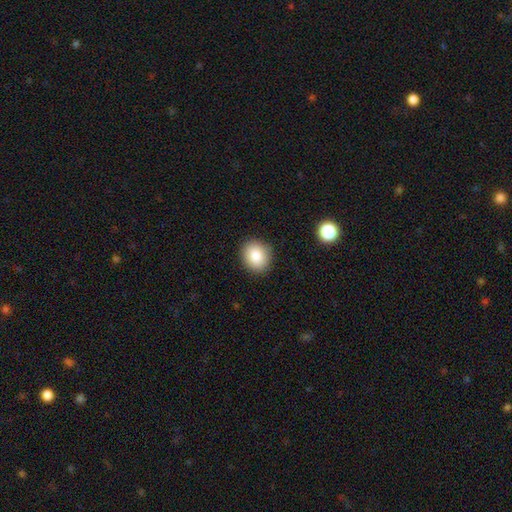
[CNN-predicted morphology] type=smooth (85%); roundness=round (65%); merging=none (89%).